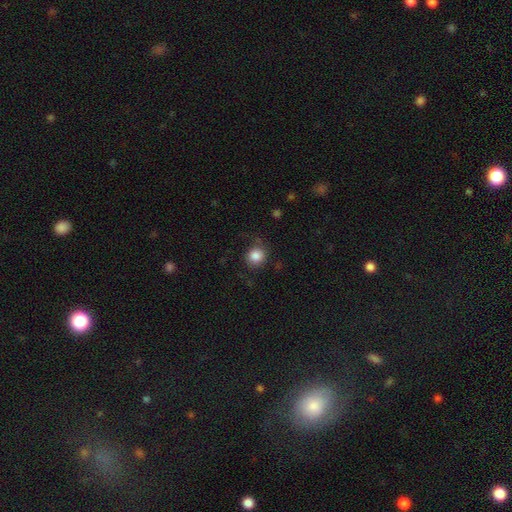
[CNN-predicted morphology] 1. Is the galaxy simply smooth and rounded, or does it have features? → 85% smooth, 9% star or artifact, 5% featured or disk.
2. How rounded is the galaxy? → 86% round, 13% in between, 1% cigar-shaped.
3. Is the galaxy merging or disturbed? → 78% none, 15% minor disturbance, 5% major disturbance, 2% merger.